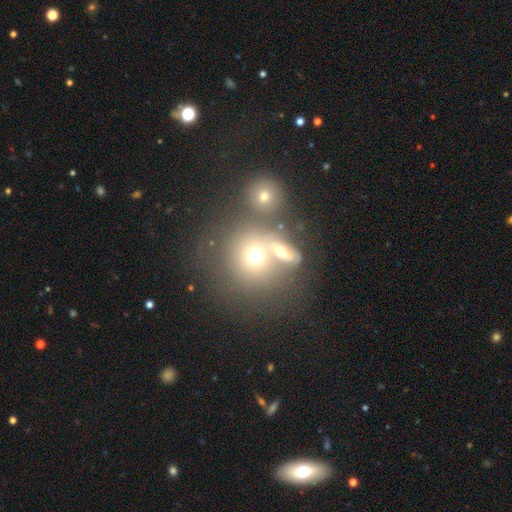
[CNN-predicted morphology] smooth-or-featured: smooth: 64% | featured or disk: 21% | star or artifact: 15%
  how-rounded: round: 81% | in between: 18% | cigar-shaped: 1%
  merging: merger: 44% | none: 39% | minor disturbance: 10% | major disturbance: 7%